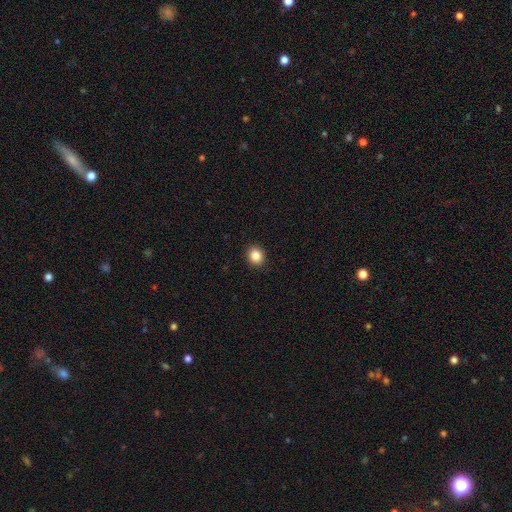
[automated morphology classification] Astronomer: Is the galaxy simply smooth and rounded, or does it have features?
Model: smooth — 86%.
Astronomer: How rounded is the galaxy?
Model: round — 72%.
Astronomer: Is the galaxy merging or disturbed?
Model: none — 92%.